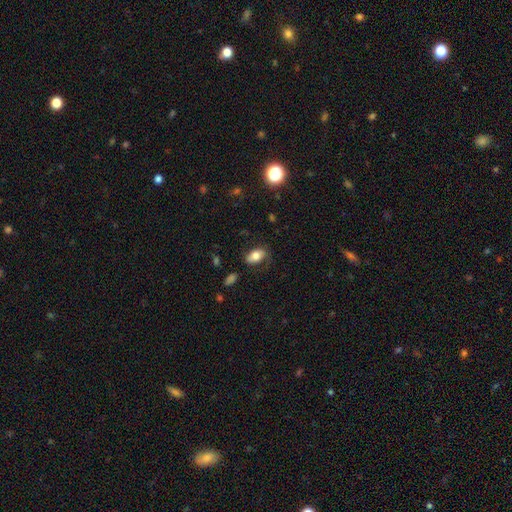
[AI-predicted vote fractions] This is likely a smooth galaxy (74%). How rounded: clearly in between (90%). Merging: likely none (68%).